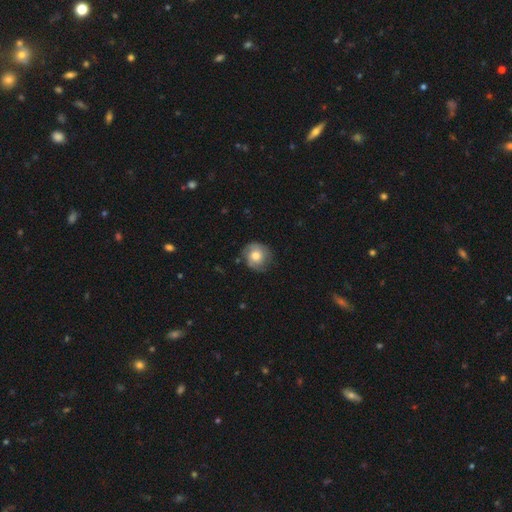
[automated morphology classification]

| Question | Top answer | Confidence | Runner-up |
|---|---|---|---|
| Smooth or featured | smooth | 57% | featured or disk (36%) |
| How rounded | round | 87% | in between (12%) |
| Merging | none | 72% | minor disturbance (21%) |